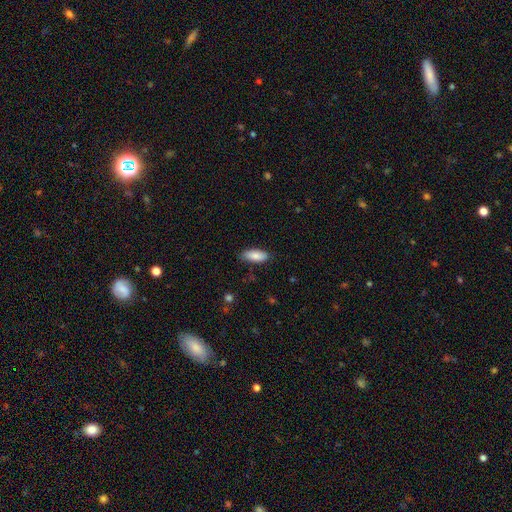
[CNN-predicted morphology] Smooth or featured? Predicted: smooth (p=0.85). How rounded? Predicted: in between (p=0.83). Merging? Predicted: none (p=0.84).